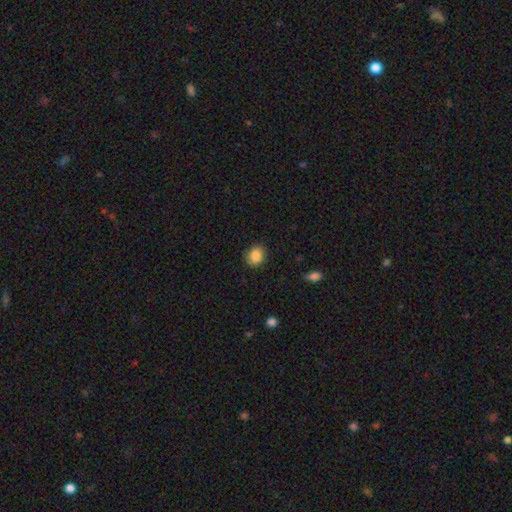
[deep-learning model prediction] smooth_or_featured: smooth (p=0.86) [alt: star or artifact p=0.09]
how_rounded: round (p=0.60) [alt: in between p=0.39]
merging: none (p=0.85) [alt: minor disturbance p=0.11]